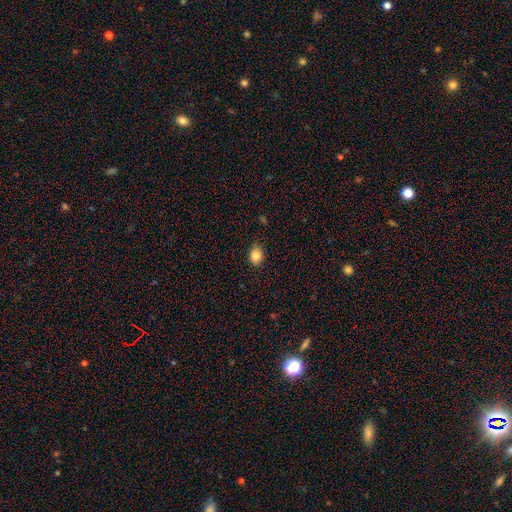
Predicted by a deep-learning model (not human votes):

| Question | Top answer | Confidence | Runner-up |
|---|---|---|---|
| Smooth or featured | smooth | 84% | star or artifact (10%) |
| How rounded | round | 51% | in between (48%) |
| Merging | none | 81% | minor disturbance (16%) |